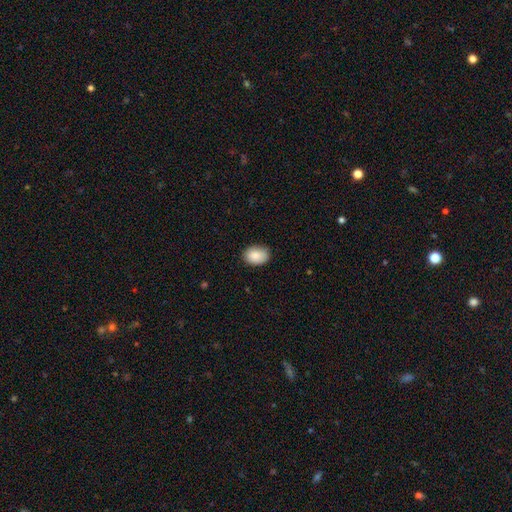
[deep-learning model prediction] A smooth galaxy with no disk features (89%) that is in between round and cigar-shaped (78%).

Vote fractions:
- Smooth or featured? smooth: 89% / star or artifact: 7% / featured or disk: 4%
- How rounded? in between: 78% / round: 21% / cigar-shaped: 1%
- Merging? none: 84% / minor disturbance: 13% / major disturbance: 2% / merger: 1%